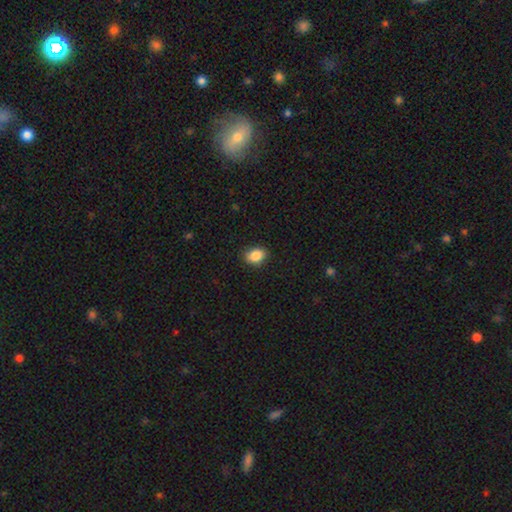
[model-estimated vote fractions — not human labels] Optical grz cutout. It shows a smooth galaxy with no disk features (87%) that is in between round and cigar-shaped (63%). Merging: none (86%).